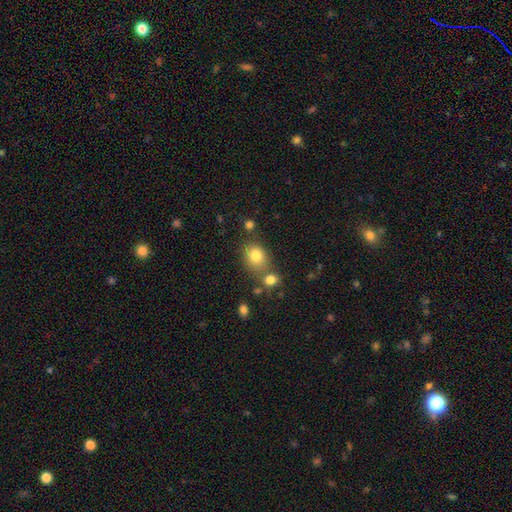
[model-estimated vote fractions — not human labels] smooth-or-featured: smooth: 81% | star or artifact: 11% | featured or disk: 8%
  how-rounded: round: 56% | in between: 43% | cigar-shaped: 1%
  merging: none: 64% | merger: 19% | minor disturbance: 13% | major disturbance: 4%